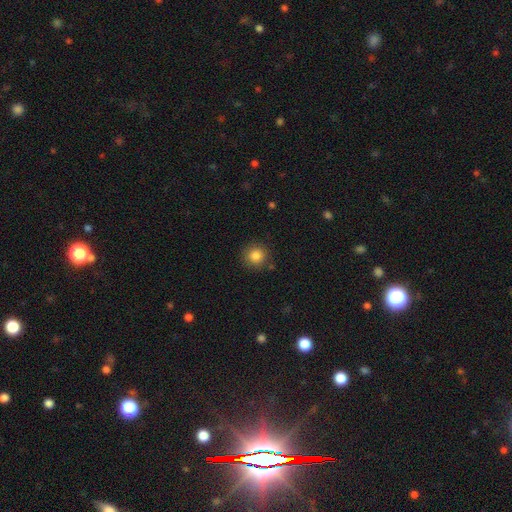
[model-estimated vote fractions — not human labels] A smooth galaxy with no disk features (84%) that is round (94%). Merging: none (88%).